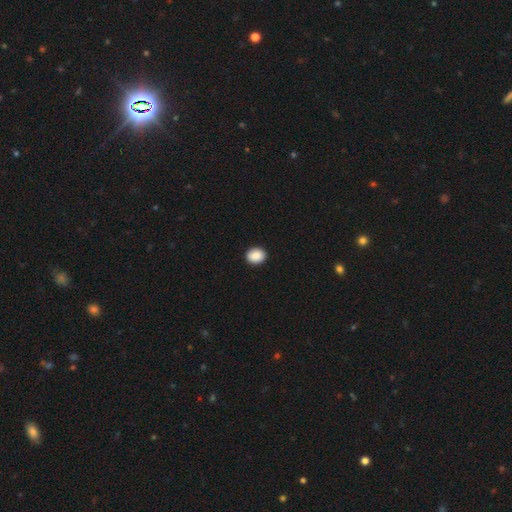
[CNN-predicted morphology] Smooth or featured?
  - smooth: 89% *
  - star or artifact: 8%
  - featured or disk: 3%
How rounded?
  - round: 54% *
  - in between: 45%
  - cigar-shaped: 1%
Merging?
  - none: 92% *
  - minor disturbance: 6%
  - major disturbance: 1%
  - merger: 1%